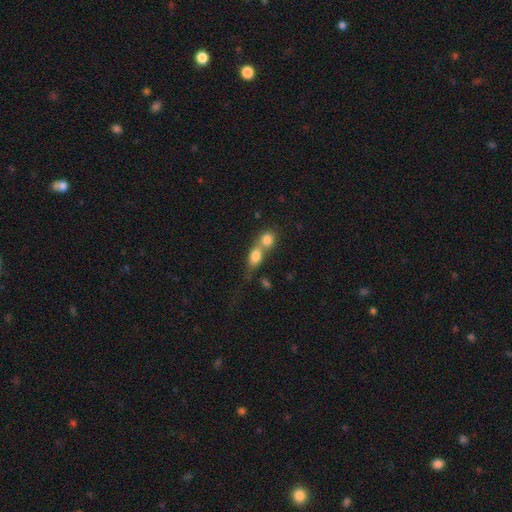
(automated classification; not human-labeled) Smooth or featured: smooth — 76% (featured or disk — 15%)
How rounded: in between — 49% (round — 44%)
Merging: merger — 71% (none — 20%)